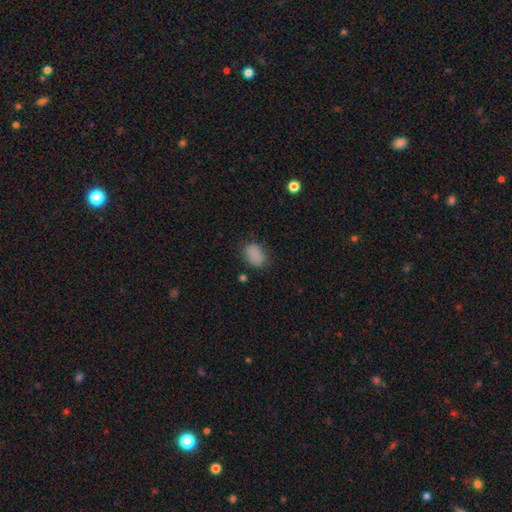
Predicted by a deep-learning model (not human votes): The model was most divided on "merging": none: 77%, minor disturbance: 17%, major disturbance: 5%, merger: 2%. More confident: smooth or featured — smooth (85%); how rounded — in between (81%).